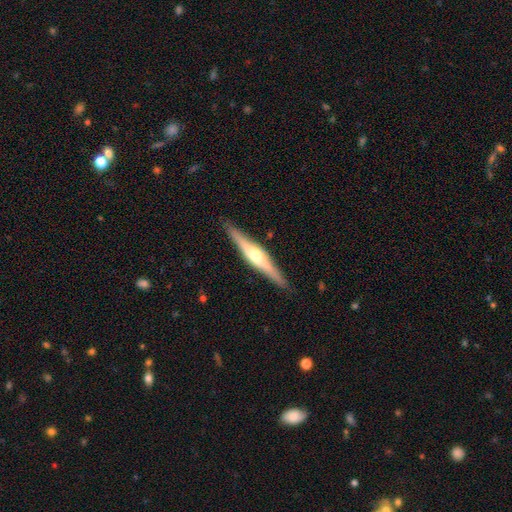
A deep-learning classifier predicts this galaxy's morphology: Smooth or featured: featured or disk — 75% (smooth — 20%)
Edge-on disk: yes — 97% (no — 3%)
Edge-on bulge: rounded — 89% (boxy — 7%)
Merging: none — 90% (minor disturbance — 7%)